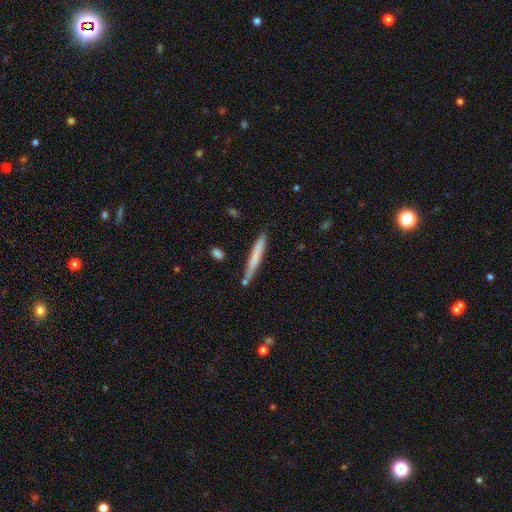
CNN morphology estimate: Smooth or featured: smooth — 68% (featured or disk — 26%)
How rounded: cigar-shaped — 96% (in between — 3%)
Merging: none — 77% (minor disturbance — 14%)